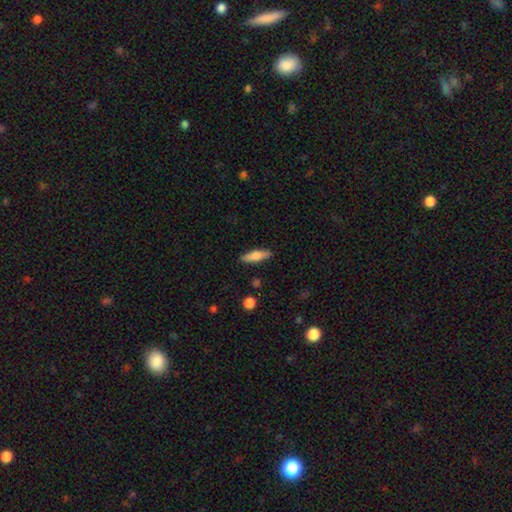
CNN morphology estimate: Overall: smooth (67%; featured or disk 27%). How rounded: cigar-shaped (64%; in between 34%). Merging: none (87%).